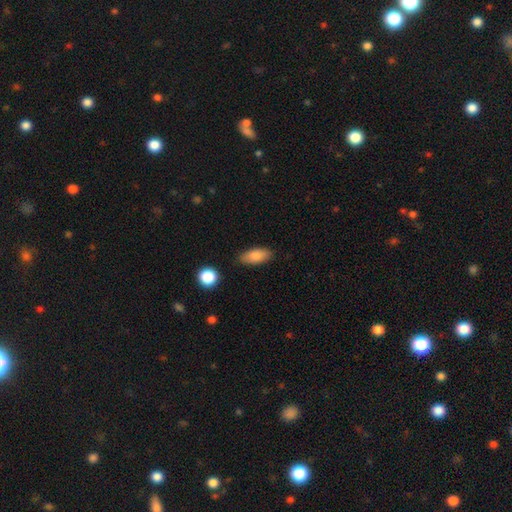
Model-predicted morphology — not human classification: Smooth or featured? smooth (84%)
How rounded? in between (84%)
Merging? none (84%)